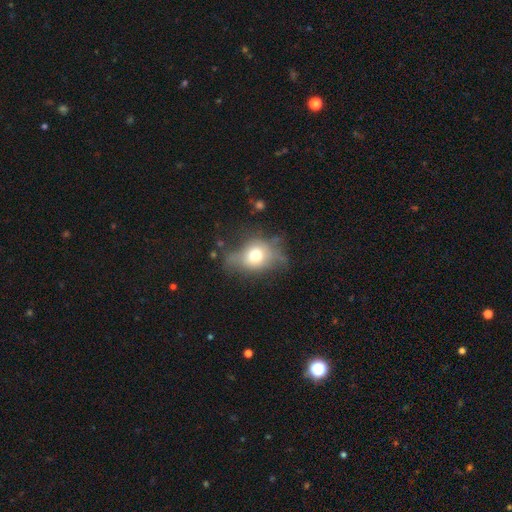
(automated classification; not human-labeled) The model was most divided on "how rounded" (2-way tie): in between: 49%, round: 49%, cigar-shaped: 2%. Remaining: smooth or featured — smooth (59%); merging — none (41%).